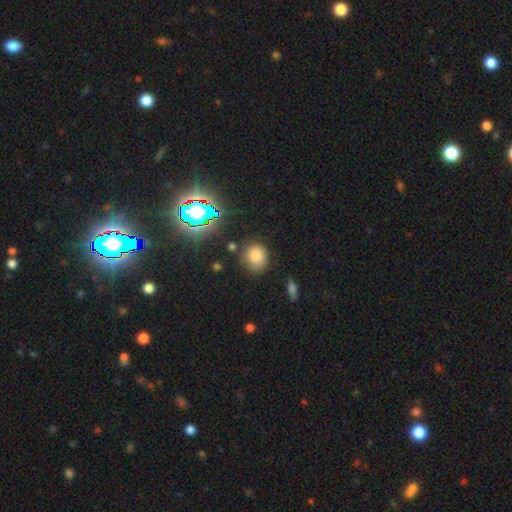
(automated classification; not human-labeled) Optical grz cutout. It shows a smooth galaxy with no disk features (77%) that is round (64%). Merging: none (74%).